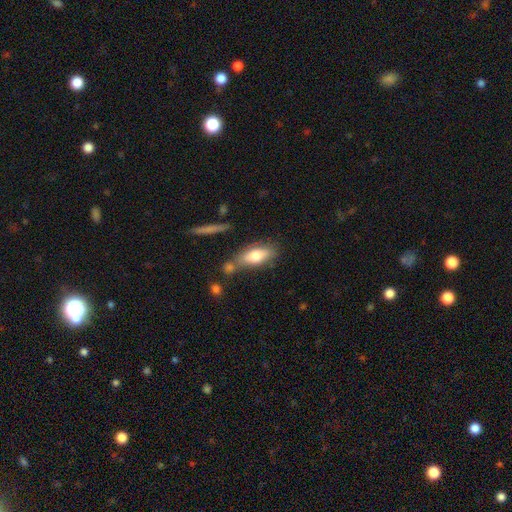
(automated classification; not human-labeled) smooth_or_featured: smooth (p=0.72) [alt: featured or disk p=0.21]
how_rounded: in between (p=0.74) [alt: cigar-shaped p=0.22]
merging: none (p=0.58) [alt: minor disturbance p=0.18]